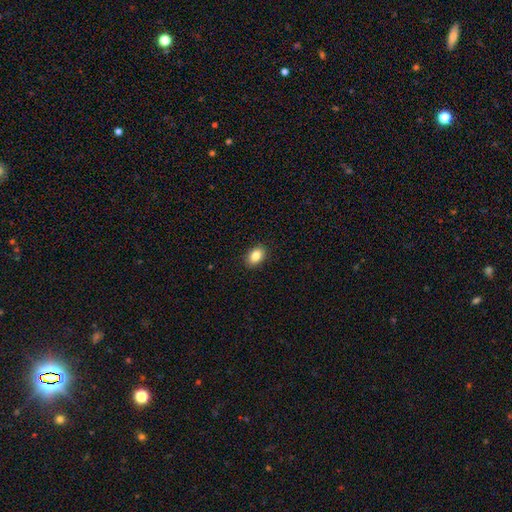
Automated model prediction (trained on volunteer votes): The model was most divided on "how rounded": in between: 82%, round: 17%, cigar-shaped: 1%. More confident: merging — none (90%); smooth or featured — smooth (85%).